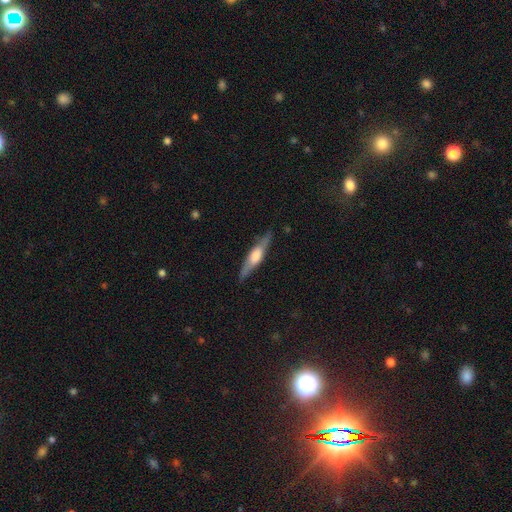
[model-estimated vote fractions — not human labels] The model was most divided on "smooth or featured": featured or disk: 59%, smooth: 36%, star or artifact: 5%. More confident: edge-on disk — yes (93%); merging — none (85%); edge-on bulge — rounded (76%).